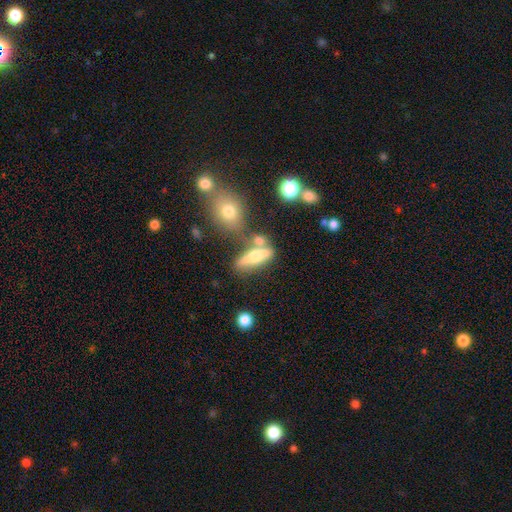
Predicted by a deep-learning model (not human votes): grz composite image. It shows a smooth galaxy with no disk features (53%) that is in between round and cigar-shaped (47%). Merging: none (53%).